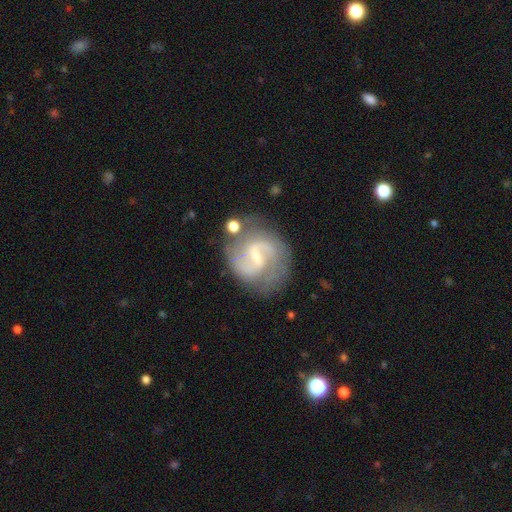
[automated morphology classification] The model was most divided on "spiral winding": medium: 52%, loose: 29%, tight: 20%. More confident: edge-on disk — no (98%); spiral arms — yes (96%); smooth or featured — featured or disk (86%); spiral arm count — 2 (85%); merging — none (70%); bulge size — small (66%); bar — weak (58%).